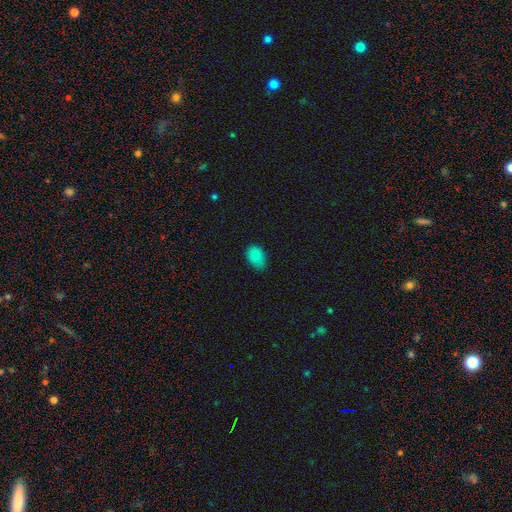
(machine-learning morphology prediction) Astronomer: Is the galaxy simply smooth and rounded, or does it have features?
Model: smooth — 86%.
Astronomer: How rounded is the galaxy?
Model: in between — 87%.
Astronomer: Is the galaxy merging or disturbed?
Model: none — 72%.